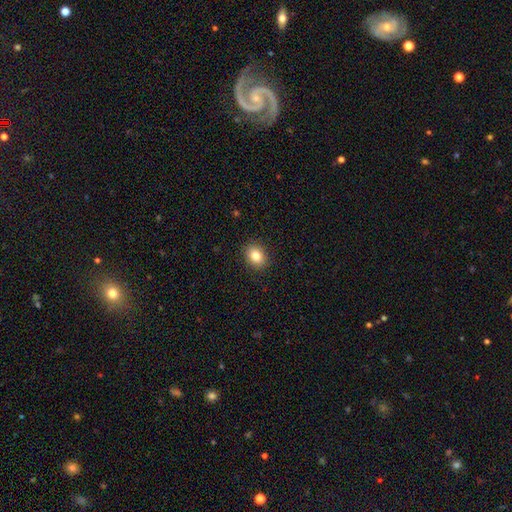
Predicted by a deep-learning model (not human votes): smooth 83%, star or artifact 10%, featured or disk 8%. Down the decision tree: how rounded — in between (53%); merging — none (90%).